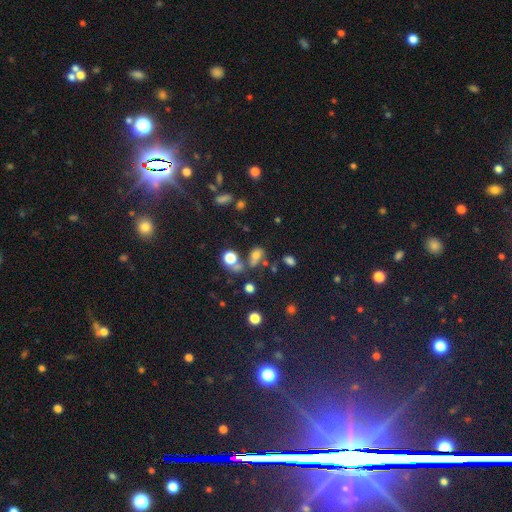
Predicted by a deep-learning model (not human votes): Smooth or featured? smooth (58%)
How rounded? in between (65%)
Merging? none (44%)